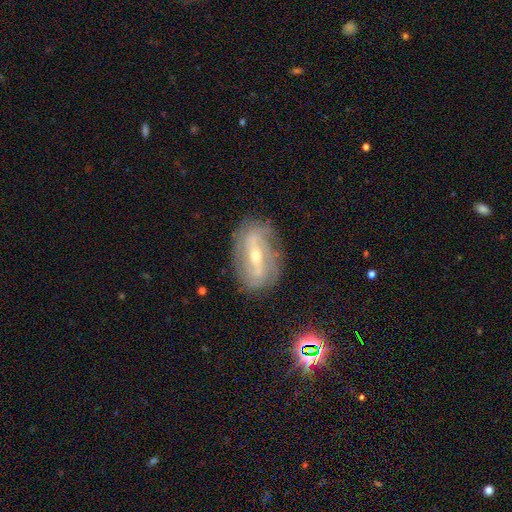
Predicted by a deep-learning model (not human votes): Q: Smooth or featured?
A: featured or disk (81%); runner-up: smooth (11%)
Q: Edge-on disk?
A: no (91%); runner-up: yes (9%)
Q: Bar?
A: strong (53%); runner-up: weak (31%)
Q: Spiral arms?
A: yes (86%); runner-up: no (14%)
Q: Spiral winding?
A: tight (42%); runner-up: medium (35%)
Q: Spiral arm count?
A: 2 (53%); runner-up: can't tell (27%)
Q: Bulge size?
A: small (50%); runner-up: moderate (47%)
Q: Merging?
A: none (78%); runner-up: minor disturbance (15%)